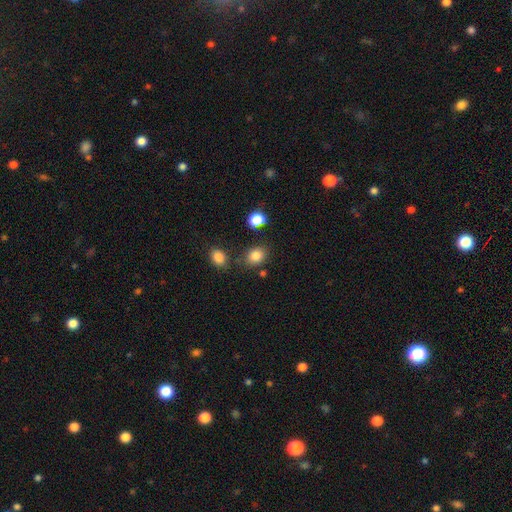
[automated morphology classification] A smooth galaxy with no disk features (83%) that is in between round and cigar-shaped (53%).

Vote fractions:
- Smooth or featured? smooth: 83% / star or artifact: 11% / featured or disk: 6%
- How rounded? in between: 53% / round: 46% / cigar-shaped: 1%
- Merging? none: 74% / minor disturbance: 14% / merger: 8% / major disturbance: 4%